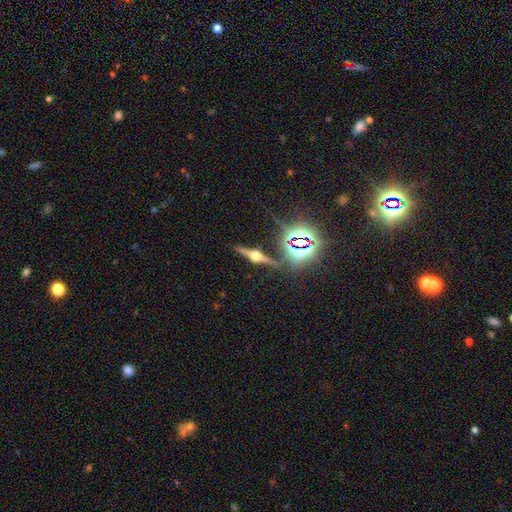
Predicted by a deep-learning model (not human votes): This is likely a featured or disk galaxy (74%). It is clearly viewed edge-on (95%). Edge-on bulge: clearly rounded (95%). Merging: clearly none (86%).